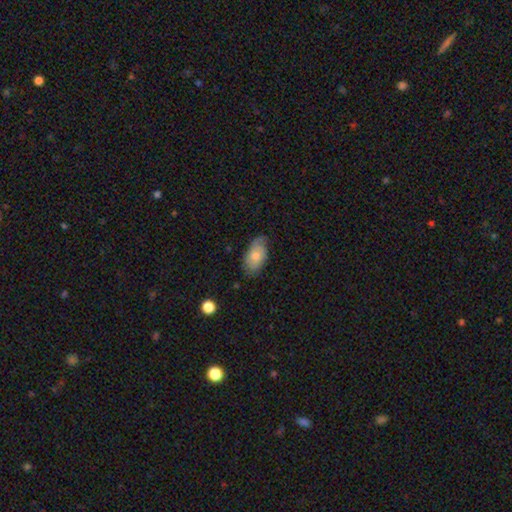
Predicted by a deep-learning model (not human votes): Smooth or featured?
  - smooth: 70% *
  - featured or disk: 23%
  - star or artifact: 6%
How rounded?
  - in between: 94% *
  - round: 4%
  - cigar-shaped: 3%
Merging?
  - none: 68% *
  - minor disturbance: 25%
  - major disturbance: 5%
  - merger: 1%